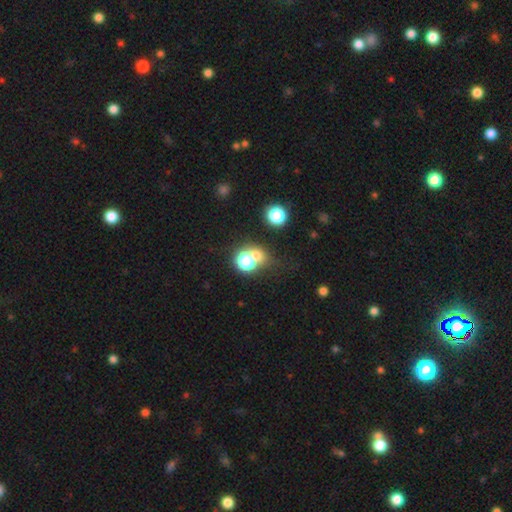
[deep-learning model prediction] Smooth or featured: smooth — 65% (star or artifact — 22%)
How rounded: round — 78% (in between — 21%)
Merging: merger — 45% (none — 41%)